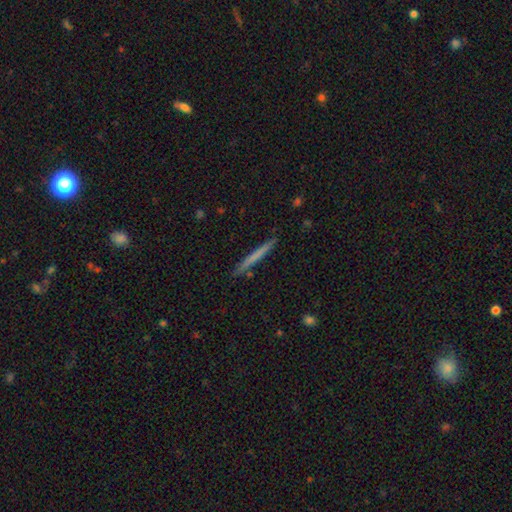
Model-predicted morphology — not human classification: Q: Smooth or featured?
A: smooth (61%); runner-up: featured or disk (34%)
Q: How rounded?
A: cigar-shaped (97%); runner-up: in between (2%)
Q: Merging?
A: none (90%); runner-up: minor disturbance (8%)